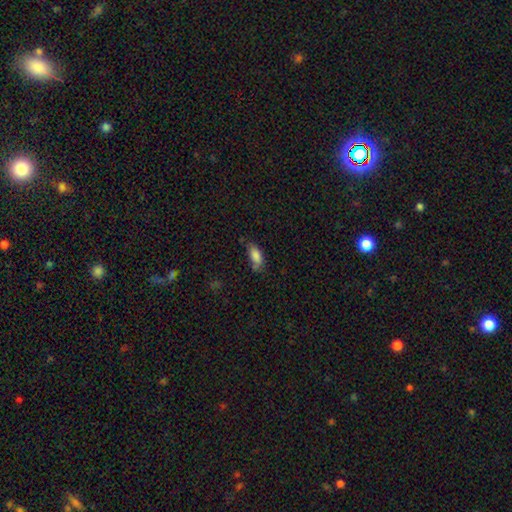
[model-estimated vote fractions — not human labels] A smooth galaxy with no disk features (84%) that is in between round and cigar-shaped (84%). Merging: none (57%).